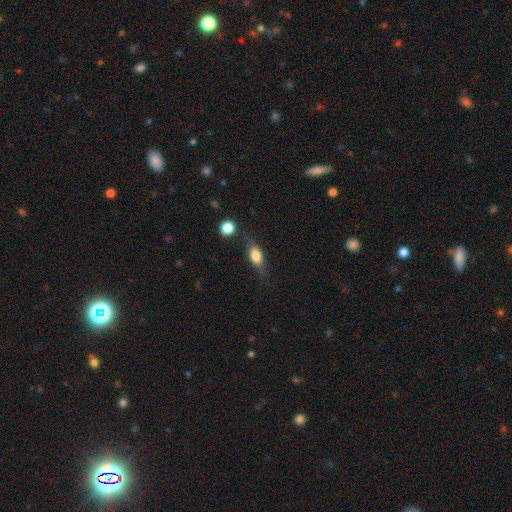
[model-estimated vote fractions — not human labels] smooth-or-featured: smooth: 70% | featured or disk: 22% | star or artifact: 8%
  how-rounded: in between: 74% | cigar-shaped: 18% | round: 8%
  merging: none: 65% | minor disturbance: 22% | major disturbance: 8% | merger: 5%